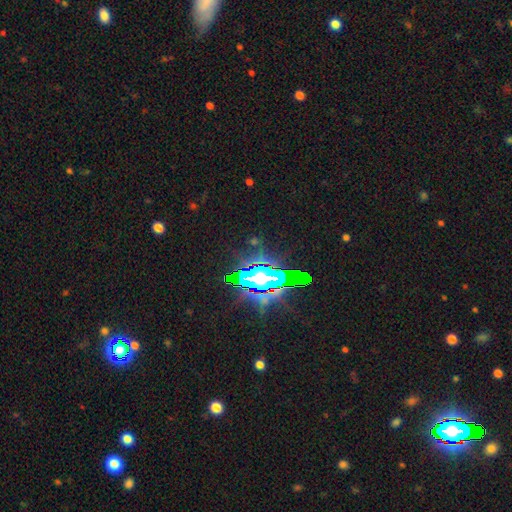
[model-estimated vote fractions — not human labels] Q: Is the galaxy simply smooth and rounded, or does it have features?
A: star or artifact — 79%.